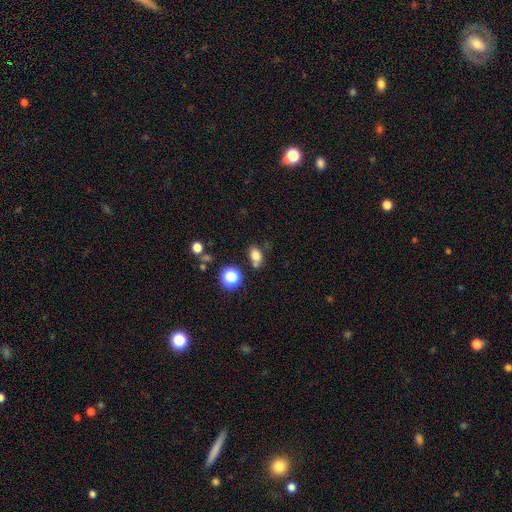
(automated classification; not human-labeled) A smooth galaxy with no disk features (78%) that is in between round and cigar-shaped (73%). Merging: none (65%).